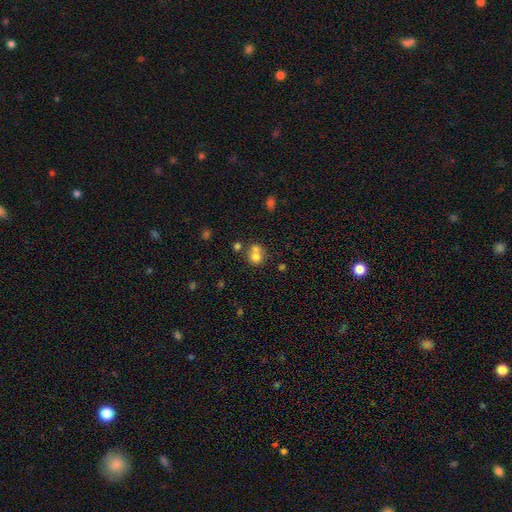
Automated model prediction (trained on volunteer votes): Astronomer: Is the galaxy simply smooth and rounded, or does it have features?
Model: smooth — 72%.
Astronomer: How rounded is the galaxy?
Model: round — 79%.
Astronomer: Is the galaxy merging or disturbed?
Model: merger — 51% (runner-up: none, 37%).